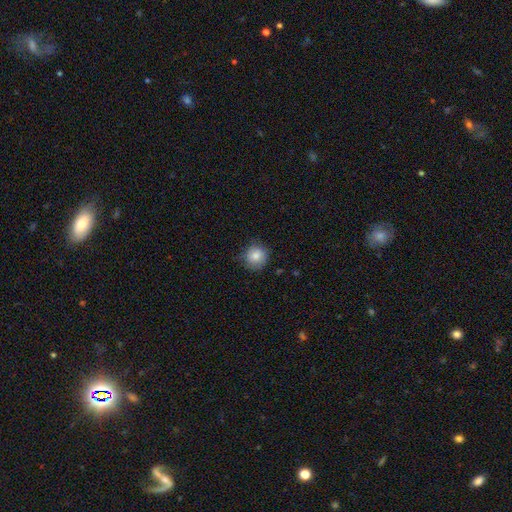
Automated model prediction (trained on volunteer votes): A smooth galaxy with no disk features (82%) that is round (90%).

Vote fractions:
- Smooth or featured? smooth: 82% / star or artifact: 9% / featured or disk: 8%
- How rounded? round: 90% / in between: 9% / cigar-shaped: 1%
- Merging? none: 77% / minor disturbance: 18% / major disturbance: 4% / merger: 1%